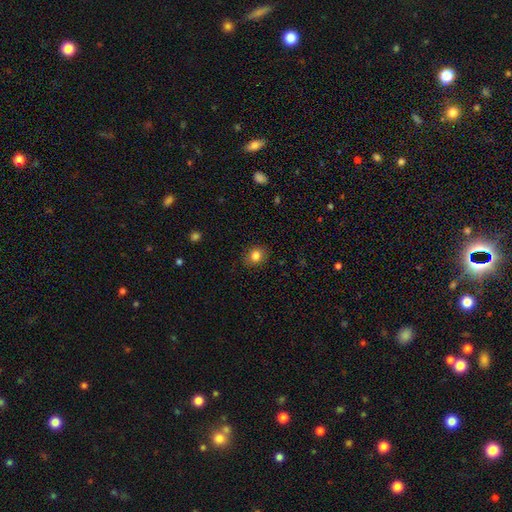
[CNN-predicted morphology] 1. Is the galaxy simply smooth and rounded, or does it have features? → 82% smooth, 11% star or artifact, 7% featured or disk.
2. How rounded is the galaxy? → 61% round, 38% in between, 1% cigar-shaped.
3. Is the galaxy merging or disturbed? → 88% none, 9% minor disturbance, 2% major disturbance, 1% merger.